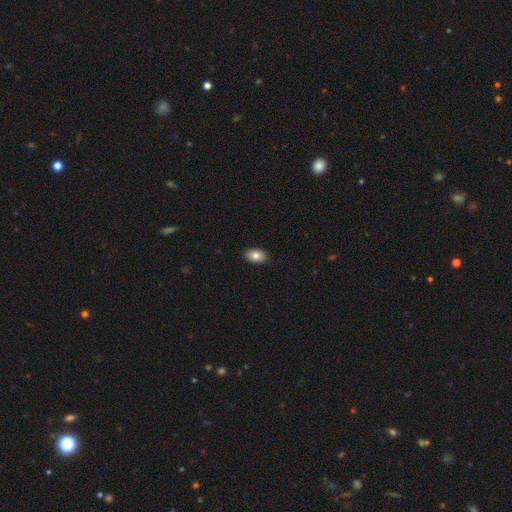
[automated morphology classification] Smooth or featured: smooth — 83% (featured or disk — 10%)
How rounded: in between — 92% (round — 7%)
Merging: none — 90% (minor disturbance — 7%)